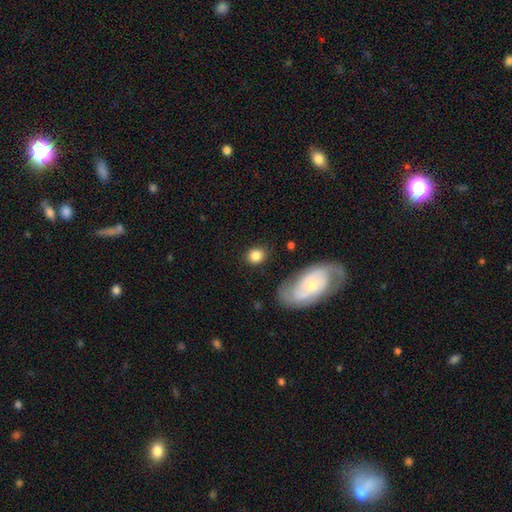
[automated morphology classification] A smooth galaxy with no disk features (82%) that is round (73%). Merging: none (81%).